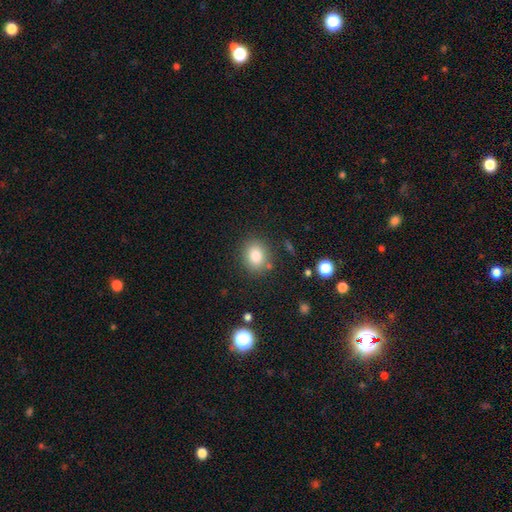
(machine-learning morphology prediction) Smooth or featured?
  - smooth: 81% *
  - star or artifact: 11%
  - featured or disk: 9%
How rounded?
  - round: 56% *
  - in between: 43%
  - cigar-shaped: 1%
Merging?
  - none: 83% *
  - minor disturbance: 10%
  - merger: 4%
  - major disturbance: 3%